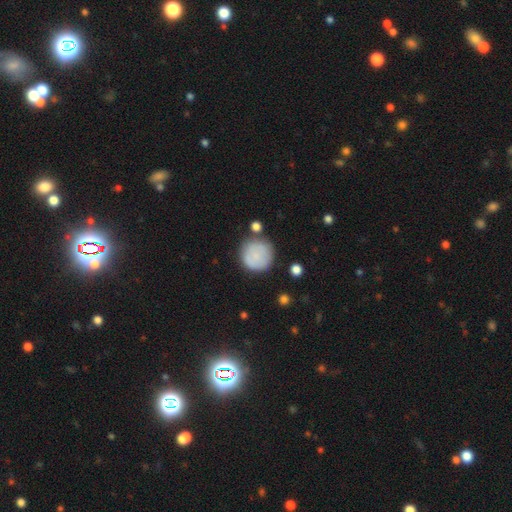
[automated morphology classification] Q: Smooth or featured?
A: smooth (81%); runner-up: featured or disk (12%)
Q: How rounded?
A: round (95%); runner-up: in between (4%)
Q: Merging?
A: none (73%); runner-up: minor disturbance (16%)